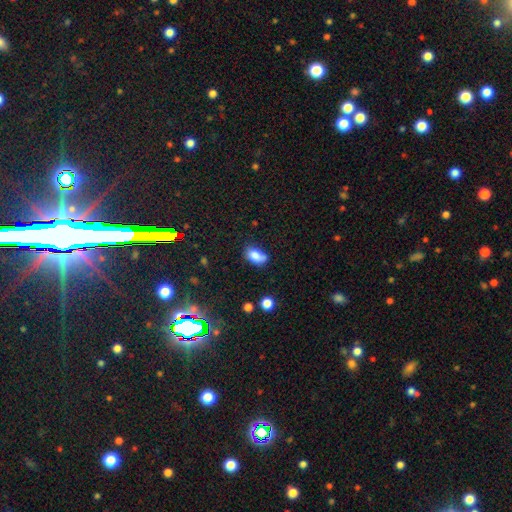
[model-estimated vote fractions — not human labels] A smooth galaxy with no disk features (81%) that is in between round and cigar-shaped (87%). Merging: none (51%).